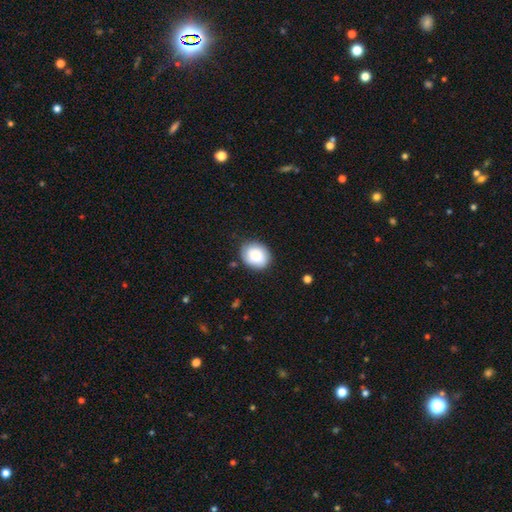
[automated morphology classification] This is clearly a smooth galaxy (85%). How rounded: possibly round (54%). Merging: clearly none (81%).